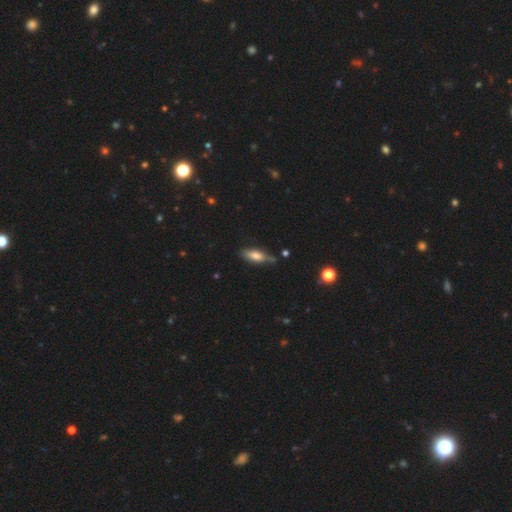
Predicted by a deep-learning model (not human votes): A smooth galaxy with no disk features (65%) that is in between round and cigar-shaped (57%). Merging: none (65%).